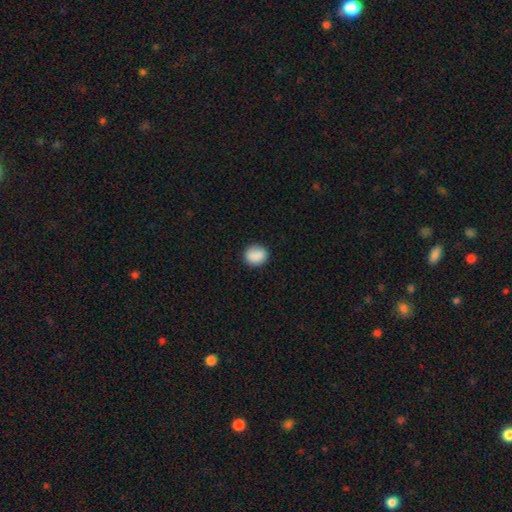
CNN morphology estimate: type=smooth (87%); roundness=round (74%); merging=none (84%).